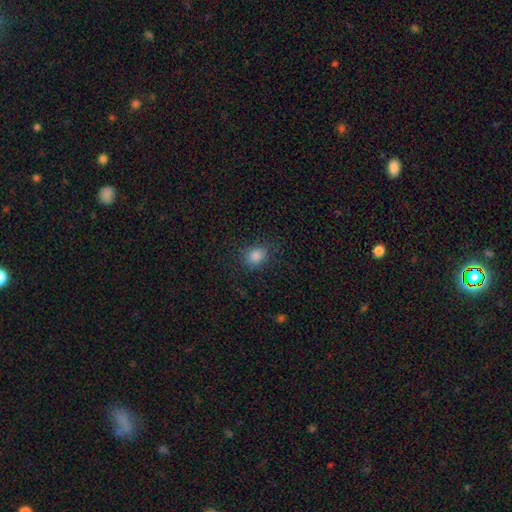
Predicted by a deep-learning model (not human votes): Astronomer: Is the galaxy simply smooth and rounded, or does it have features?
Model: smooth — 83%.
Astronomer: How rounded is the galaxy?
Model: round — 62%.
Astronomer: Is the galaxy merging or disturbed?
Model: none — 84%.